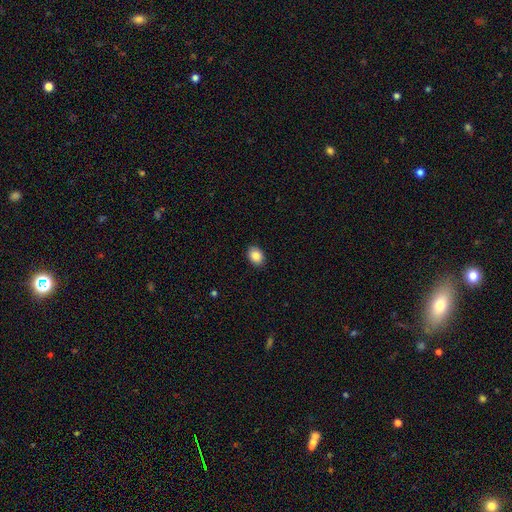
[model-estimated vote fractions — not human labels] A smooth galaxy with no disk features (87%) that is in between round and cigar-shaped (76%). Merging: none (89%).